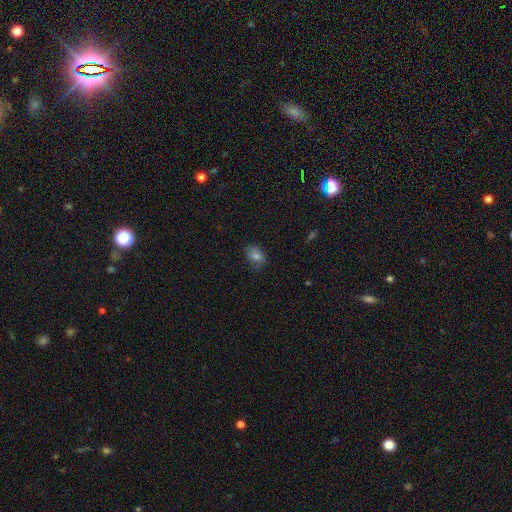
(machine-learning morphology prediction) This appears to be a smooth galaxy with no disk features (77%) that is in between round and cigar-shaped (79%). Merging: none (72%).